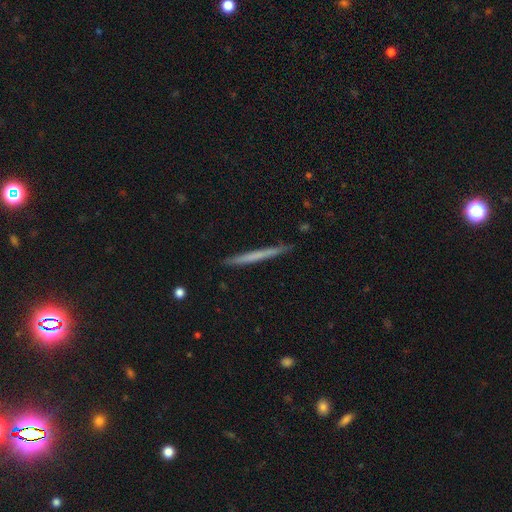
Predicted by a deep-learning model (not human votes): This appears to be a smooth galaxy with no disk features (54%) that is cigar-shaped (97%). Merging: none (90%).